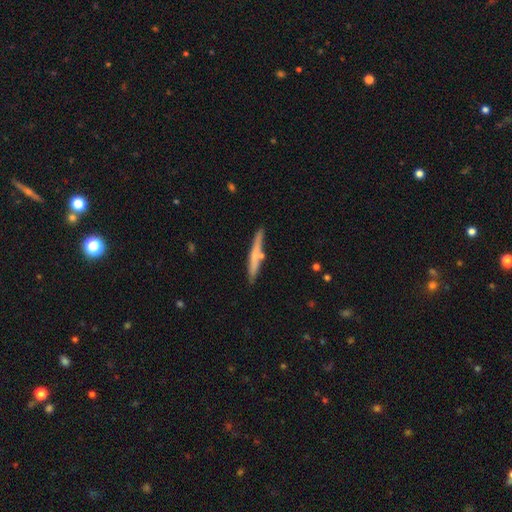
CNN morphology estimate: type=smooth (57%); roundness=cigar-shaped (95%); merging=none (77%).